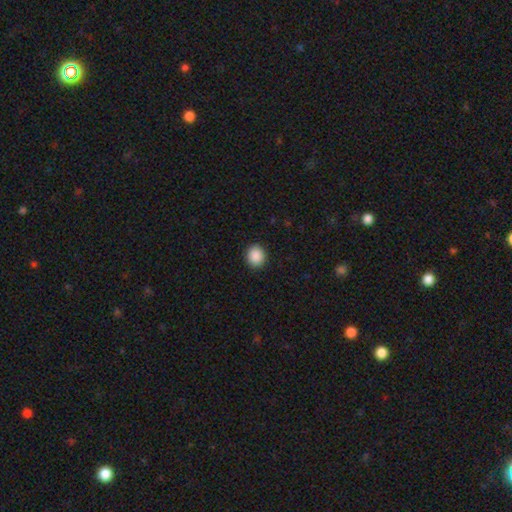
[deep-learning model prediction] Smooth or featured? smooth (89%)
How rounded? round (78%)
Merging? none (92%)